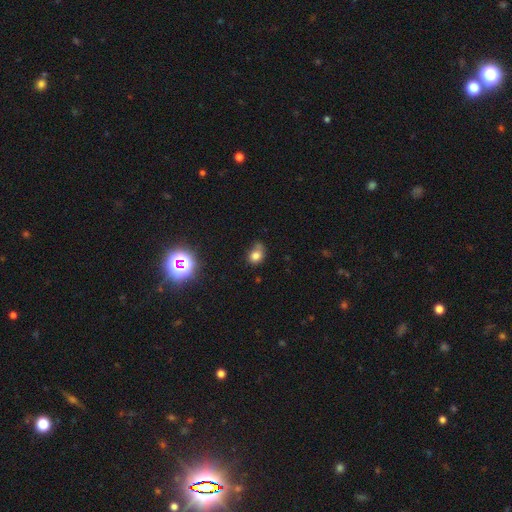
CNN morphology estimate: A smooth galaxy with no disk features (76%) that is round (50%). Merging: none (46%).